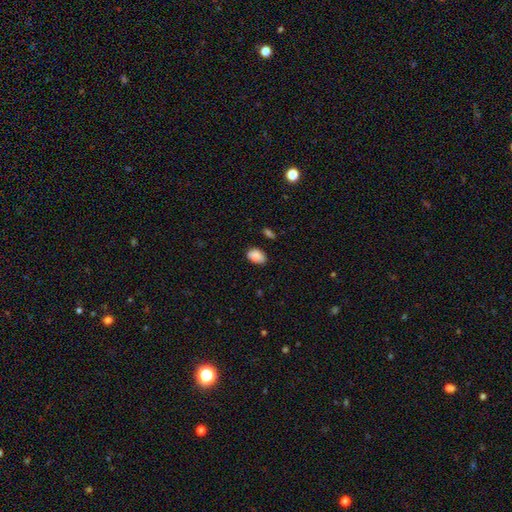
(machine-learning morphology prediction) Q: Smooth or featured?
A: smooth (88%); runner-up: star or artifact (8%)
Q: How rounded?
A: in between (87%); runner-up: round (12%)
Q: Merging?
A: none (77%); runner-up: minor disturbance (18%)